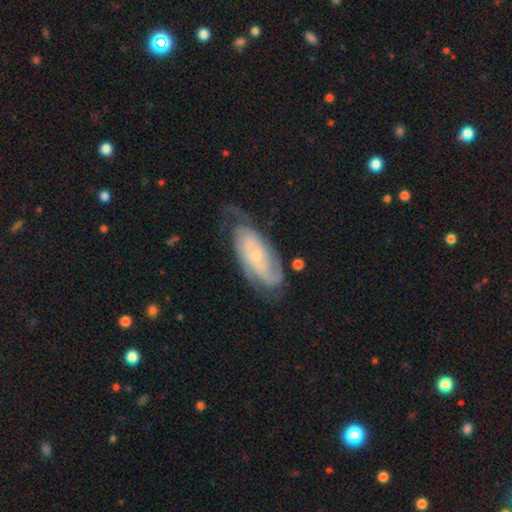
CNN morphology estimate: This is clearly a featured or disk galaxy (82%). It is clearly not viewed edge-on (94%). Bar: likely no (67%). Spiral arm pattern: clearly yes (95%). Spiral arm count: possibly 2 (49%). Spiral winding: likely tight (62%). Central bulge: likely small (69%). Merging: likely none (61%).